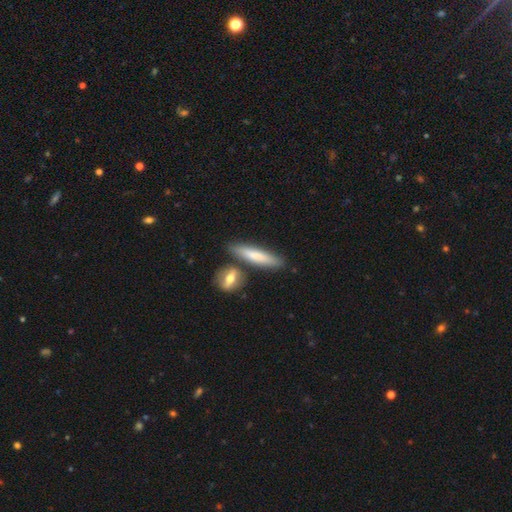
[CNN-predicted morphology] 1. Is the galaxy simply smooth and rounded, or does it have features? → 71% smooth, 23% featured or disk, 5% star or artifact.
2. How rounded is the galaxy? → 82% cigar-shaped, 16% in between, 2% round.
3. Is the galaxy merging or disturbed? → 72% none, 13% merger, 12% minor disturbance, 3% major disturbance.